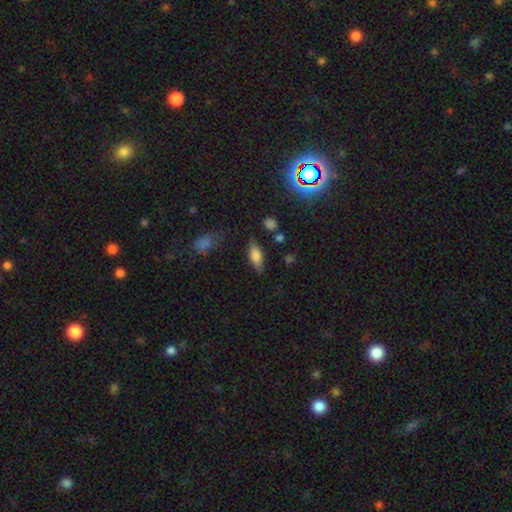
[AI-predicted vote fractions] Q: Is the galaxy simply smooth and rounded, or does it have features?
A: smooth — 75%.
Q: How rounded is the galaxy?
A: in between — 76%.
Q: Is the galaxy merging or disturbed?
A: none — 78%.